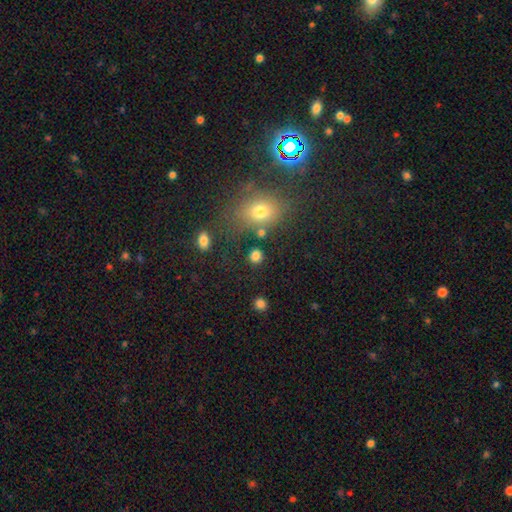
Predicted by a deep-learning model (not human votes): Q: Smooth or featured?
A: smooth (81%); runner-up: star or artifact (14%)
Q: How rounded?
A: round (82%); runner-up: in between (16%)
Q: Merging?
A: none (82%); runner-up: minor disturbance (8%)